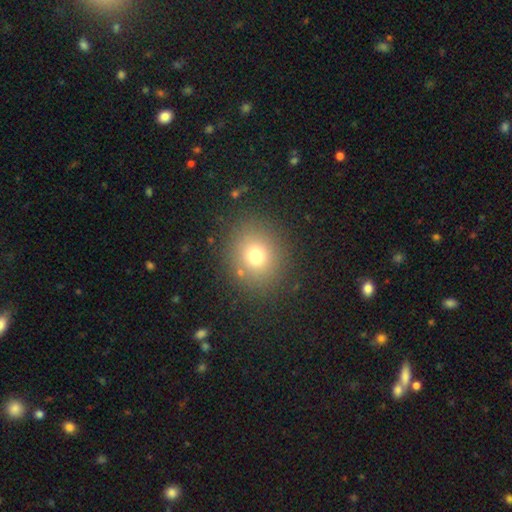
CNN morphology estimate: smooth 74%, star or artifact 15%, featured or disk 11%. Down the decision tree: how rounded — round (78%); merging — none (86%).